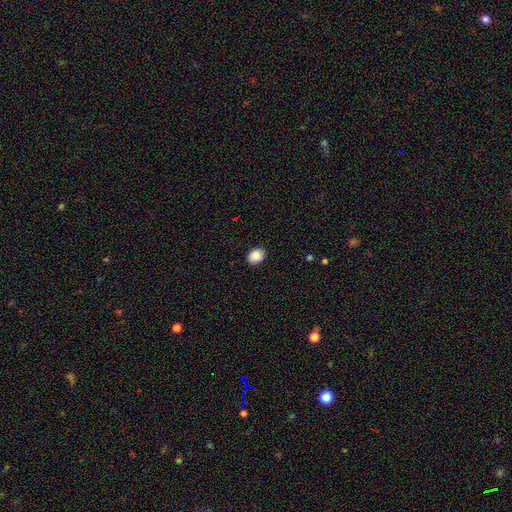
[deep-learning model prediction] A smooth galaxy with no disk features (88%) that is in between round and cigar-shaped (57%).

Vote fractions:
- Smooth or featured? smooth: 88% / star or artifact: 8% / featured or disk: 4%
- How rounded? in between: 57% / round: 43% / cigar-shaped: 1%
- Merging? none: 89% / minor disturbance: 8% / major disturbance: 2% / merger: 1%